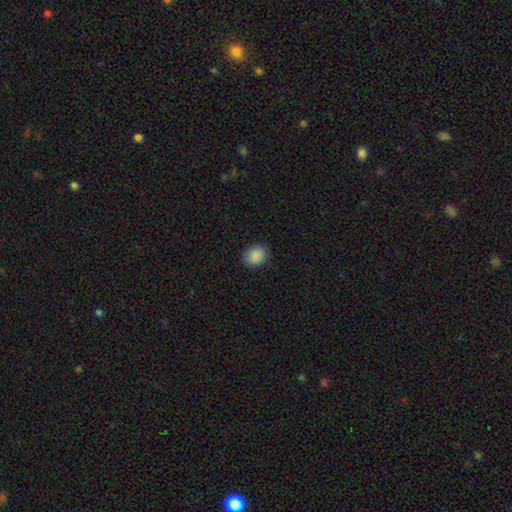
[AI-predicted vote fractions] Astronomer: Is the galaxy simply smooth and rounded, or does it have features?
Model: smooth — 89%.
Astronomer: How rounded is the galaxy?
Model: round — 53% (runner-up: in between, 46%).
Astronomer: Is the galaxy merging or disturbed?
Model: none — 86%.